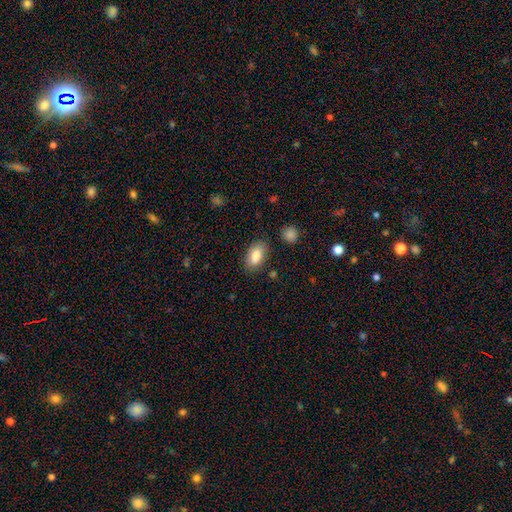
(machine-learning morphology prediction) Overall: smooth (83%). How rounded: in between (91%). Merging: none (82%).